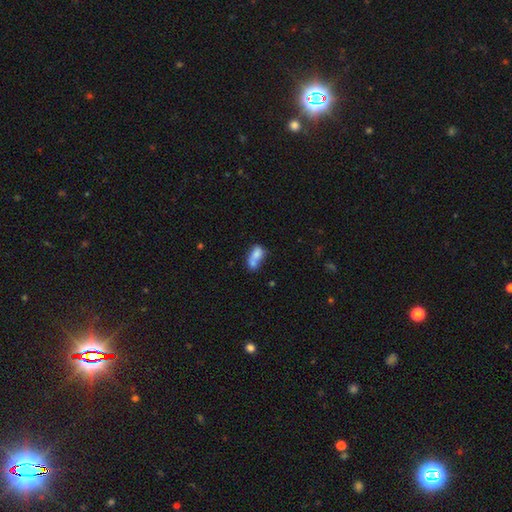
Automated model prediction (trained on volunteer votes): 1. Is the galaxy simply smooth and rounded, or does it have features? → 71% smooth, 20% featured or disk, 9% star or artifact.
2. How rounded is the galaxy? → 77% in between, 18% round, 5% cigar-shaped.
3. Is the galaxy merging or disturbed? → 64% merger, 20% none, 10% minor disturbance, 6% major disturbance.